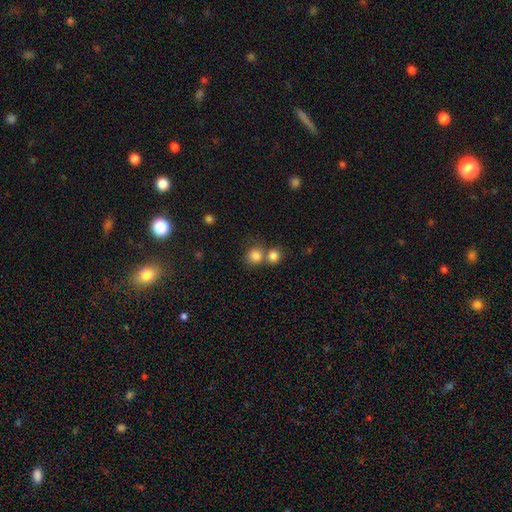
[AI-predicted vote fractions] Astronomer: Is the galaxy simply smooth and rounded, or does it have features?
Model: smooth — 83%.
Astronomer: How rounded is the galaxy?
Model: round — 84%.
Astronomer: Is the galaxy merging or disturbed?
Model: none — 49% (runner-up: merger, 40%).